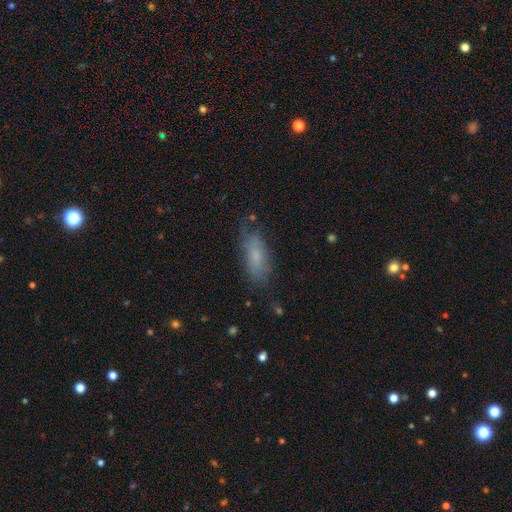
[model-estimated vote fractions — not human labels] Smooth or featured? Predicted: smooth (p=0.73). How rounded? Predicted: in between (p=0.72). Merging? Predicted: none (p=0.69).